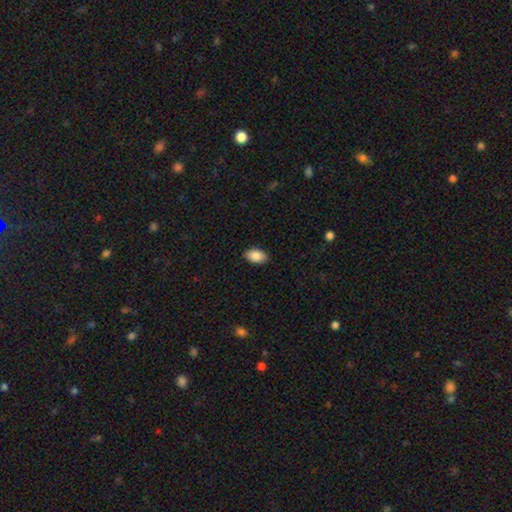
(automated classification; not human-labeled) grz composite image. It shows a smooth galaxy with no disk features (88%) that is in between round and cigar-shaped (93%). Merging: none (89%).